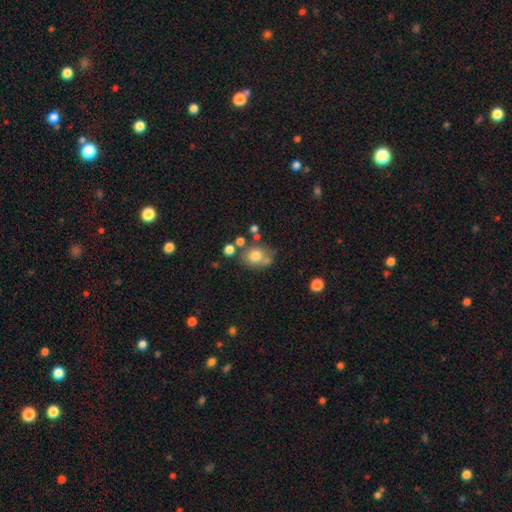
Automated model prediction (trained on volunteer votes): The model was most divided on "how rounded": round: 63%, in between: 36%, cigar-shaped: 1%. More confident: smooth or featured — smooth (73%); merging — none (57%).